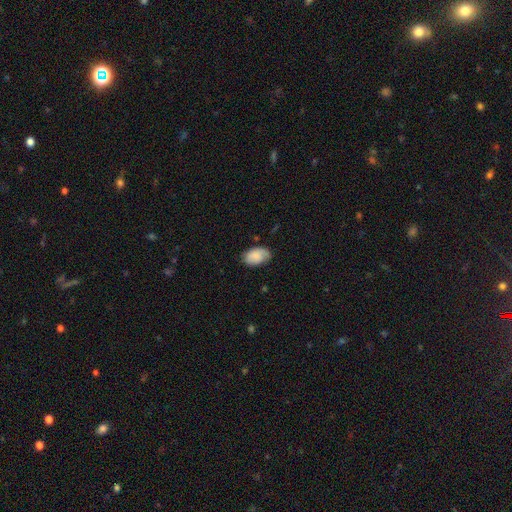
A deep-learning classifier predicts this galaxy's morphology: Smooth or featured: smooth — 78% (featured or disk — 15%)
How rounded: in between — 90% (round — 9%)
Merging: none — 66% (minor disturbance — 26%)